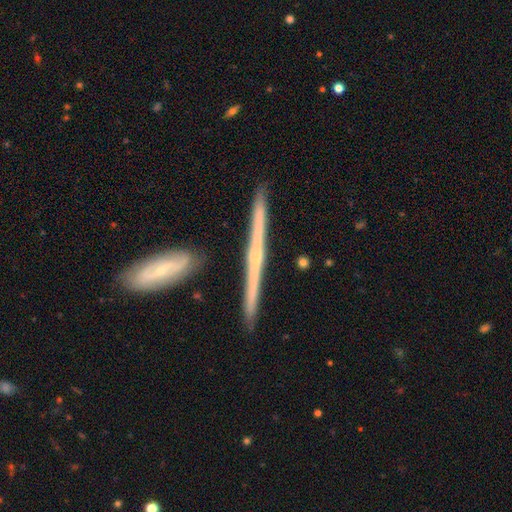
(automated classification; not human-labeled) Smooth or featured? featured or disk (73%)
Edge-on disk? yes (98%)
Edge-on bulge? none (55%)
Merging? none (87%)